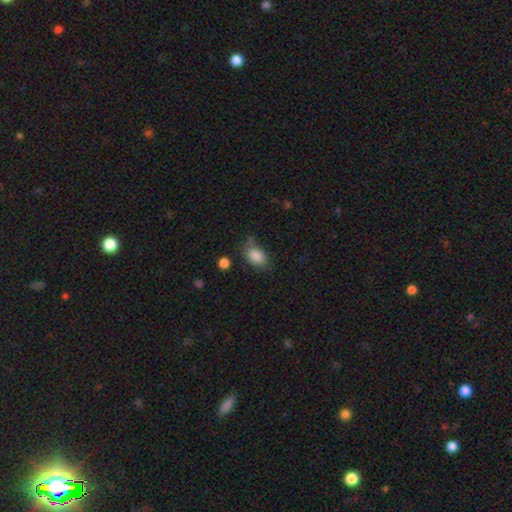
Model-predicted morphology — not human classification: smooth_or_featured: smooth (p=0.86) [alt: star or artifact p=0.08]
how_rounded: in between (p=0.85) [alt: round p=0.14]
merging: none (p=0.62) [alt: minor disturbance p=0.24]